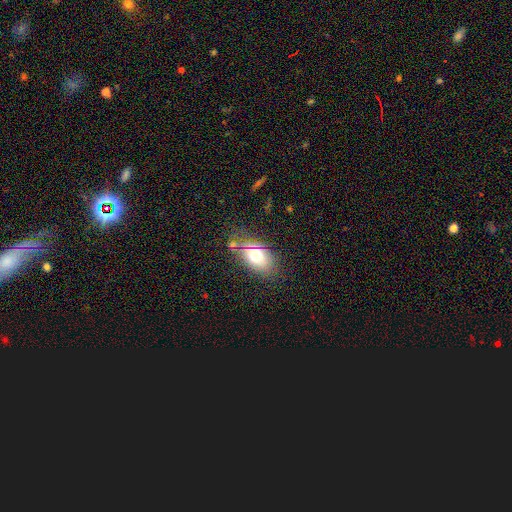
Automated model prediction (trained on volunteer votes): This appears to be a smooth galaxy with no disk features (66%) that is in between round and cigar-shaped (80%). Merging: none (72%).